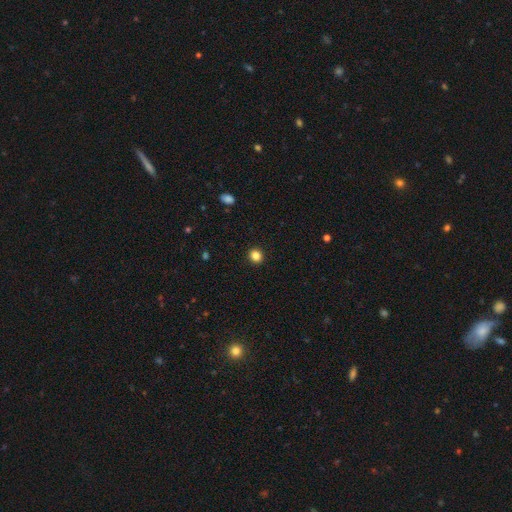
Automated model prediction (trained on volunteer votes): The model was most divided on "how rounded": round: 84%, in between: 15%, cigar-shaped: 1%. More confident: merging — none (93%); smooth or featured — smooth (85%).